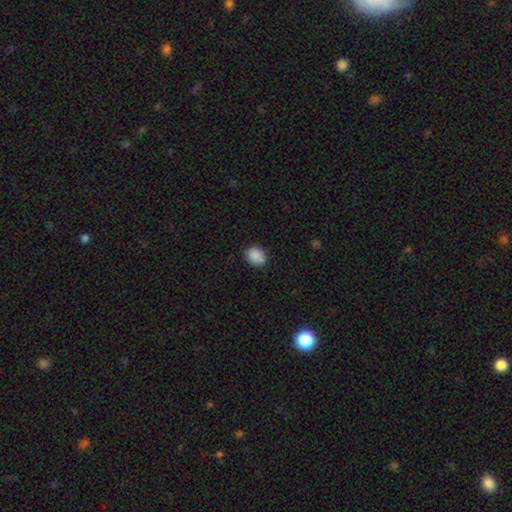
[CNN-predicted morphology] Q: Smooth or featured?
A: smooth (88%); runner-up: star or artifact (9%)
Q: How rounded?
A: in between (52%); runner-up: round (47%)
Q: Merging?
A: none (80%); runner-up: minor disturbance (16%)